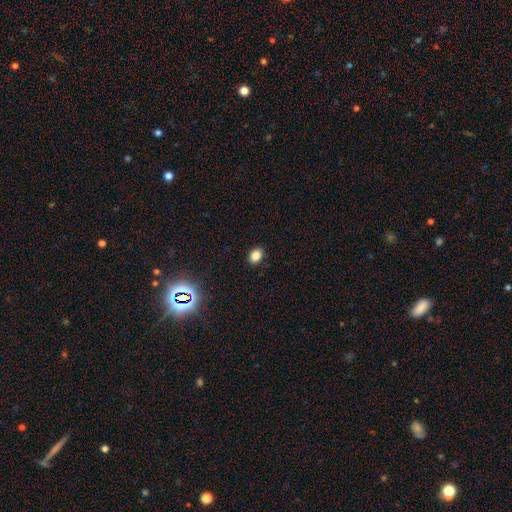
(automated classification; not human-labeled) Smooth or featured?
  - smooth: 83% *
  - star or artifact: 12%
  - featured or disk: 5%
How rounded?
  - in between: 57% *
  - round: 42%
  - cigar-shaped: 1%
Merging?
  - none: 90% *
  - minor disturbance: 7%
  - major disturbance: 2%
  - merger: 1%